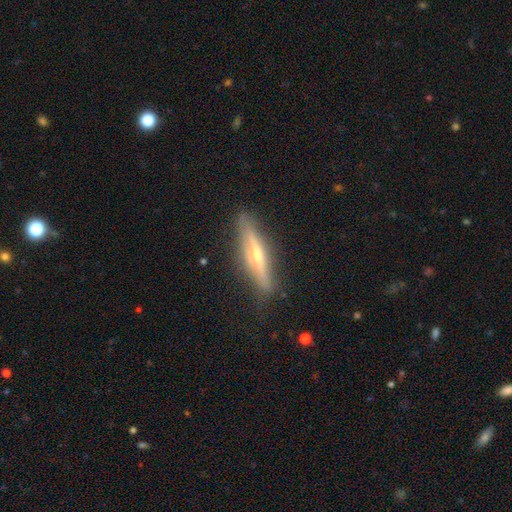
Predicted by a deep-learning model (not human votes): Overall: featured or disk (71%). Edge-on disk: yes (95%). Edge-on bulge: rounded (78%). Merging: none (86%).